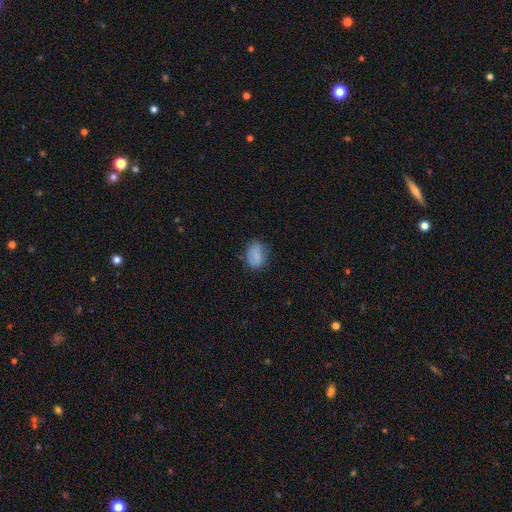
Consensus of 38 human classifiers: This is clearly a smooth galaxy (97%). How rounded: likely in between (78%). Merging: likely none (63%).